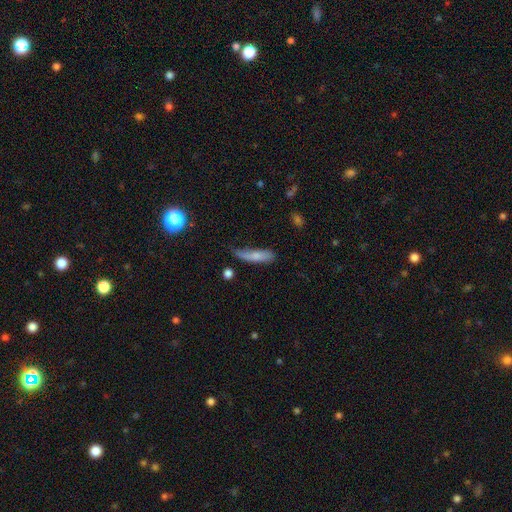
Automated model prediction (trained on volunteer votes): A smooth galaxy with no disk features (75%) that is cigar-shaped (73%).

Vote fractions:
- Smooth or featured? smooth: 75% / featured or disk: 19% / star or artifact: 7%
- How rounded? cigar-shaped: 73% / in between: 24% / round: 2%
- Merging? none: 50% / minor disturbance: 36% / major disturbance: 10% / merger: 3%